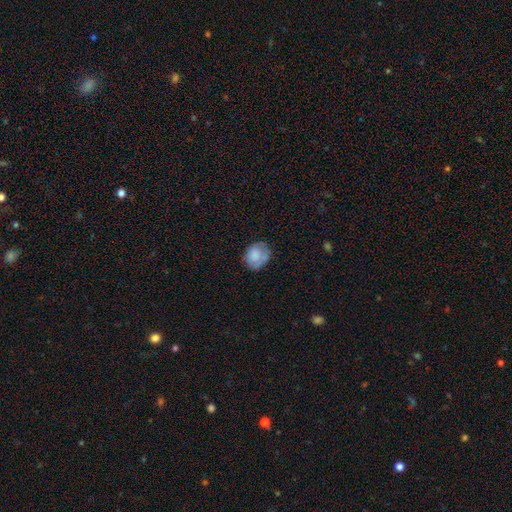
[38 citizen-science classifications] Smooth or featured: smooth — 55% (featured or disk — 34%)
How rounded: round — 52% (in between — 48%)
Merging: none — 65% (minor disturbance — 24%)